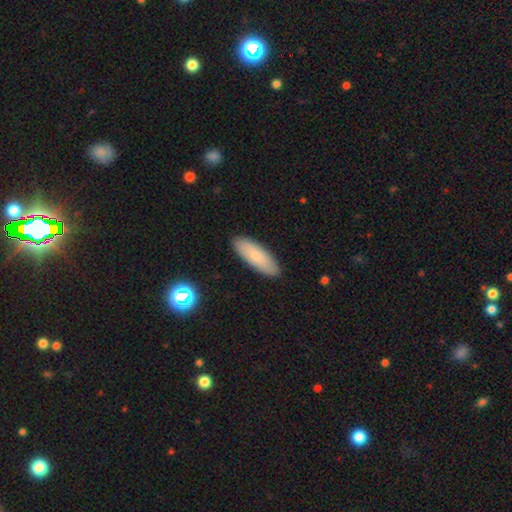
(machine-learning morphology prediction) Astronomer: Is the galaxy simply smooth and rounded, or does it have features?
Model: smooth — 79%.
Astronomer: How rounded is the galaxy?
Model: in between — 59% (runner-up: cigar-shaped, 39%).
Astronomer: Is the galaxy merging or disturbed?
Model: none — 89%.